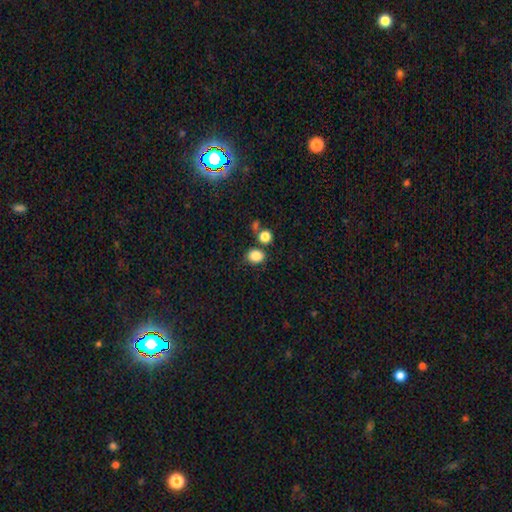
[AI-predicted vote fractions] Morphology: type=smooth (84%); roundness=round (56%); merging=none (71%).